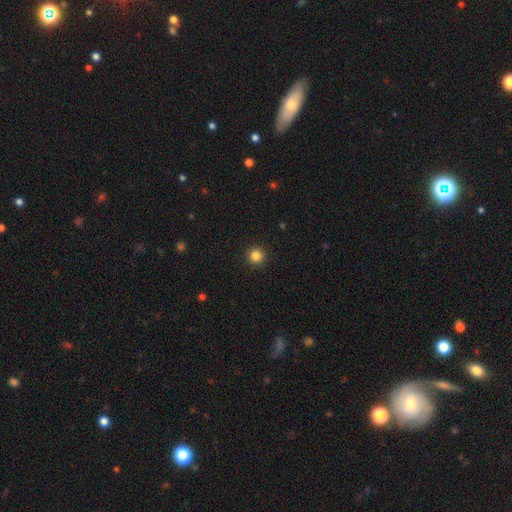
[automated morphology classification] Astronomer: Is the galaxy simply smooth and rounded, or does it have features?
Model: smooth — 85%.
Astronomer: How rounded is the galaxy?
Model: round — 95%.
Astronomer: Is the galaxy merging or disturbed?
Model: none — 93%.